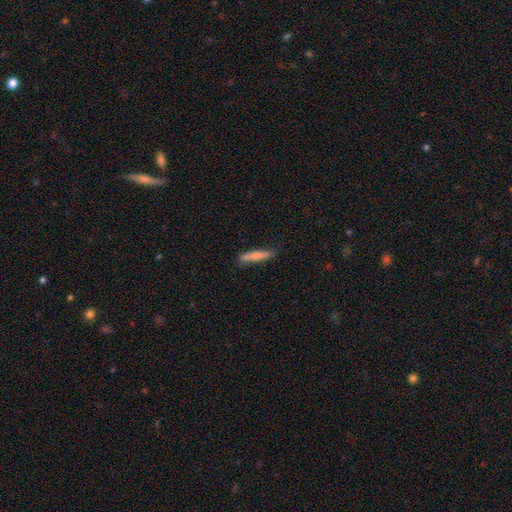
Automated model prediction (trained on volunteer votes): This is likely a smooth galaxy (74%). How rounded: clearly cigar-shaped (91%). Merging: likely none (76%).